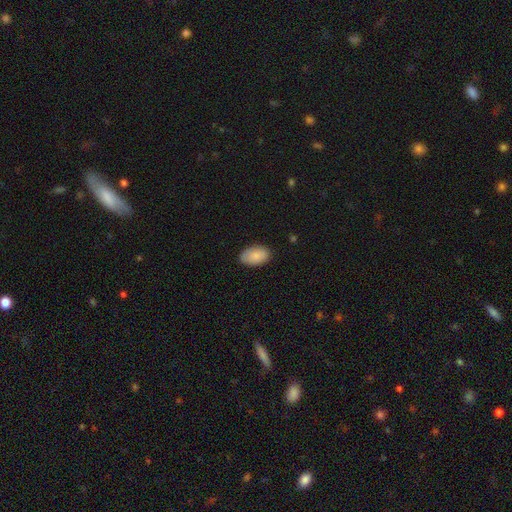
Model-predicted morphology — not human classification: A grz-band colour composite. It shows a smooth galaxy with no disk features (86%) that is in between round and cigar-shaped (93%). Merging: none (85%).